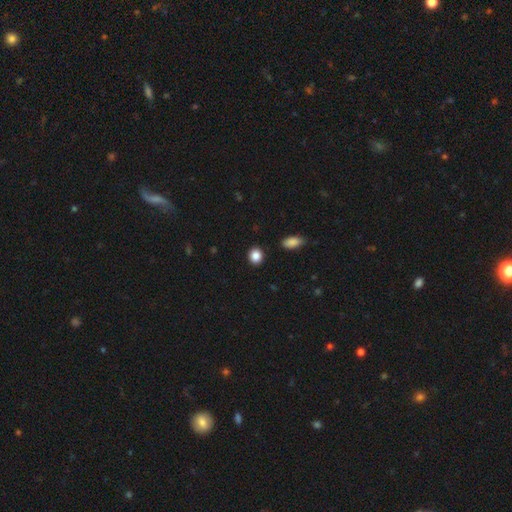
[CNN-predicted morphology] The model was most divided on "how rounded": round: 74%, in between: 25%, cigar-shaped: 1%. More confident: merging — none (90%); smooth or featured — smooth (87%).